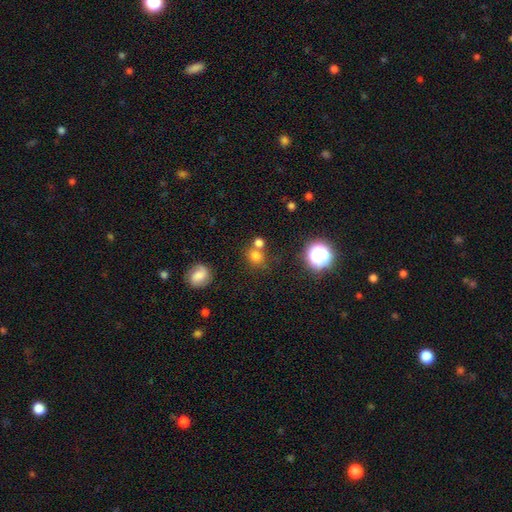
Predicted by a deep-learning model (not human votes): The model was most divided on "merging": none: 58%, merger: 27%, minor disturbance: 11%, major disturbance: 5%. More confident: smooth or featured — smooth (73%); how rounded — round (73%).